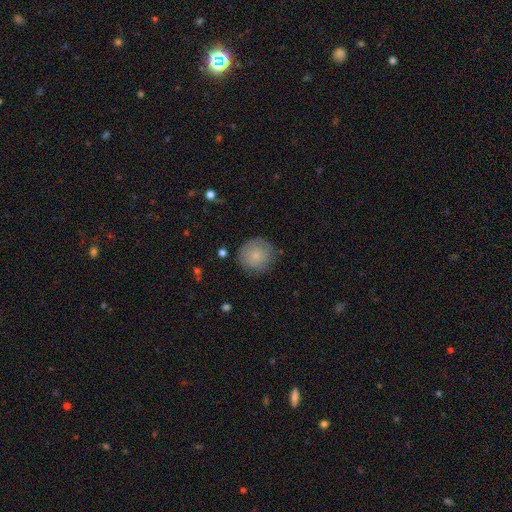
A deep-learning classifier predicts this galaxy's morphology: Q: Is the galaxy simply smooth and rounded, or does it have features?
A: smooth — 74%.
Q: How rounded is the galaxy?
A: round — 93%.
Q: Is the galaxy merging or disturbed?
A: none — 79%.